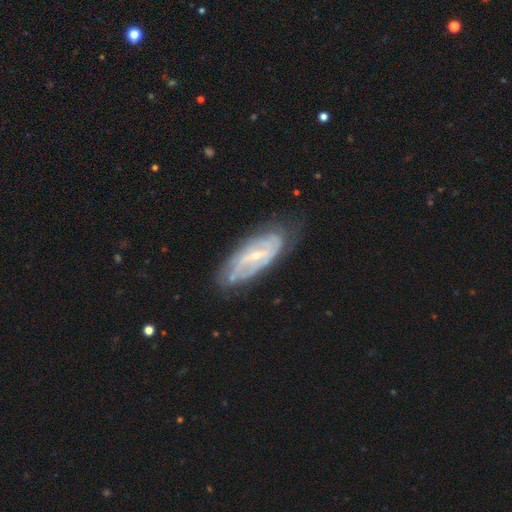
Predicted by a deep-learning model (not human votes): smooth-or-featured: featured or disk: 81% | smooth: 13% | star or artifact: 6%
  disk-edge-on: no: 89% | yes: 11%
    bar: weak: 46% | strong: 32% | no: 22%
    has-spiral-arms: yes: 87% | no: 13%
      spiral-winding: tight: 47% | medium: 37% | loose: 16%
      spiral-arm-count: 2: 45% | can't tell: 35% | 3: 9% | 4: 4% | 1: 4% | more than 4: 3%
    bulge-size: small: 73% | moderate: 21% | none: 3% | large: 1% | dominant: 1%
  merging: none: 70% | minor disturbance: 22% | major disturbance: 7% | merger: 2%